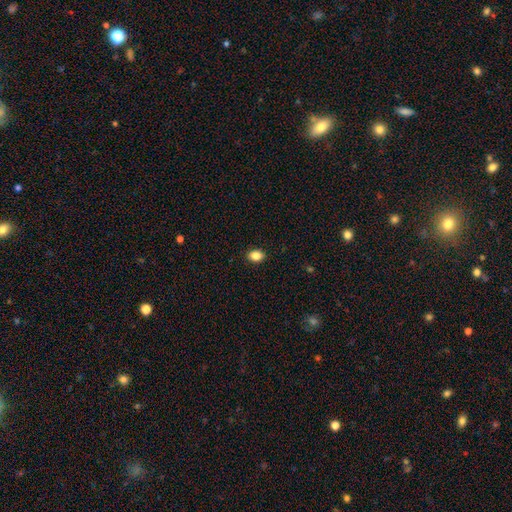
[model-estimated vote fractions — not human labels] Smooth or featured? Predicted: smooth (p=0.86). How rounded? Predicted: in between (p=0.67). Merging? Predicted: none (p=0.90).